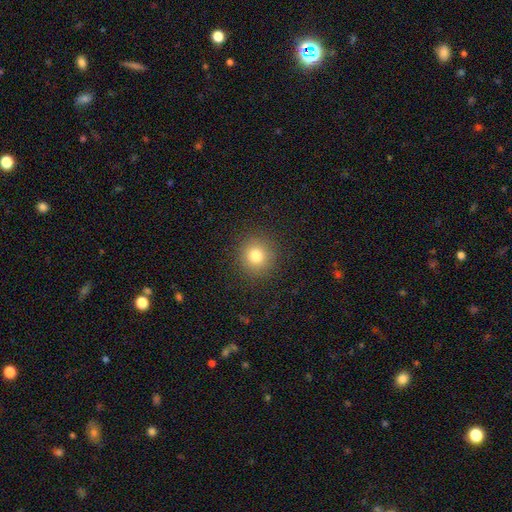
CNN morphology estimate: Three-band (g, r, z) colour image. It shows a smooth galaxy with no disk features (80%) that is round (92%). Merging: none (90%).